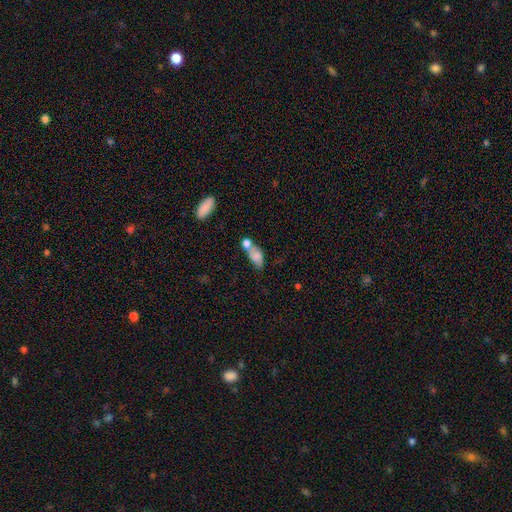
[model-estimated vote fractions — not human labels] Smooth or featured: smooth — 70% (featured or disk — 20%)
How rounded: in between — 81% (cigar-shaped — 10%)
Merging: merger — 48% (none — 26%)